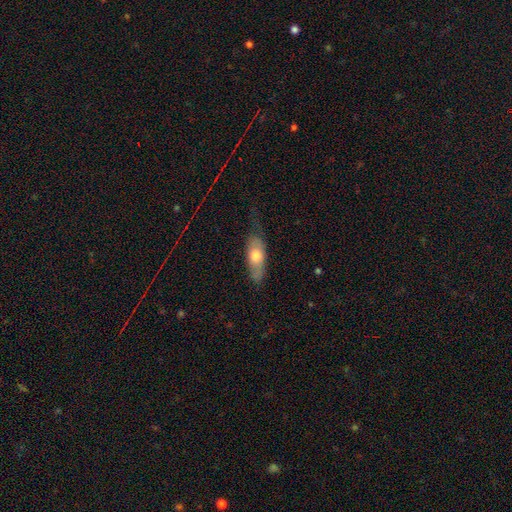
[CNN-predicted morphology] Smooth or featured?
  - smooth: 66% *
  - featured or disk: 28%
  - star or artifact: 6%
How rounded?
  - in between: 73% *
  - cigar-shaped: 24%
  - round: 3%
Merging?
  - none: 51% *
  - minor disturbance: 32%
  - major disturbance: 15%
  - merger: 2%